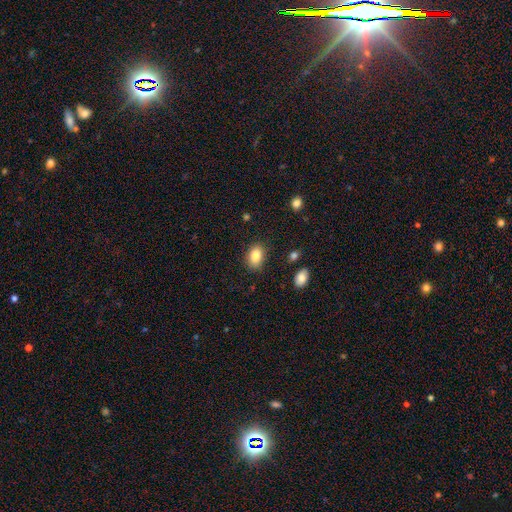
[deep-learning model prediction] Smooth or featured: smooth — 85% (star or artifact — 9%)
How rounded: in between — 81% (round — 18%)
Merging: none — 84% (minor disturbance — 12%)